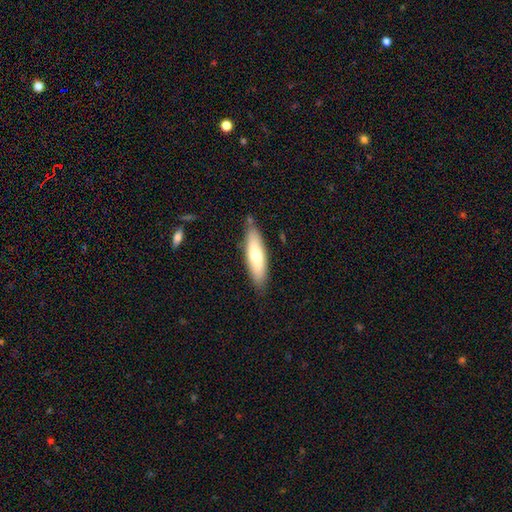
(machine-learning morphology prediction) A smooth galaxy with no disk features (65%) that is cigar-shaped (58%).

Vote fractions:
- Smooth or featured? smooth: 65% / featured or disk: 29% / star or artifact: 6%
- How rounded? cigar-shaped: 58% / in between: 41% / round: 2%
- Merging? none: 81% / minor disturbance: 13% / merger: 3% / major disturbance: 3%